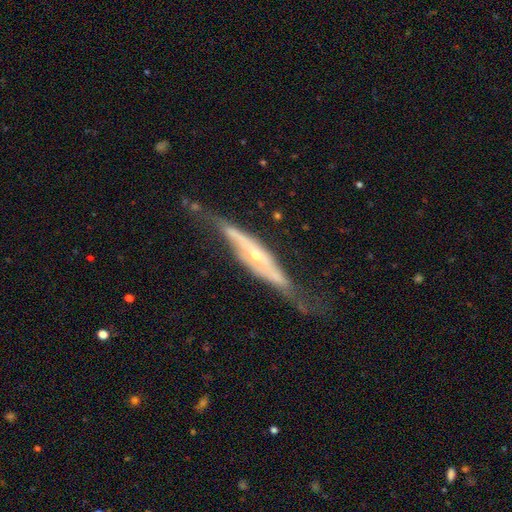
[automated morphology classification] featured or disk 81%, smooth 13%, star or artifact 6%. Down the decision tree: edge-on disk — yes (63%); edge-on bulge — rounded (77%); merging — none (54%).